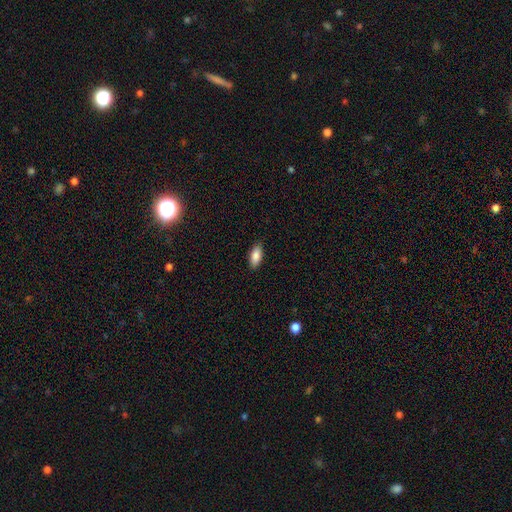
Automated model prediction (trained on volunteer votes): This appears to be a smooth galaxy with no disk features (86%) that is in between round and cigar-shaped (85%). Merging: none (87%).